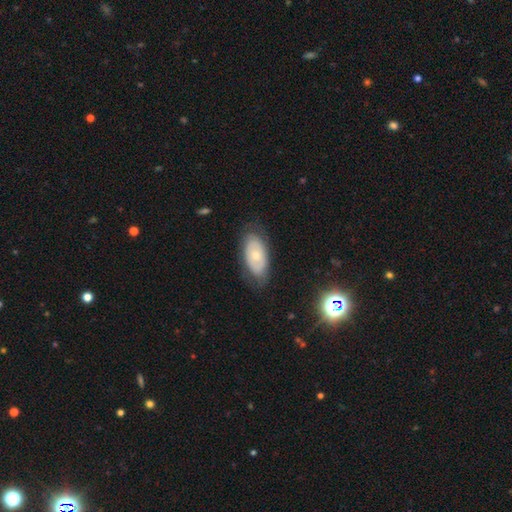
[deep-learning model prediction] smooth-or-featured: featured or disk: 49% | smooth: 44% | star or artifact: 7%
  merging: none: 73% | minor disturbance: 19% | major disturbance: 6% | merger: 1%